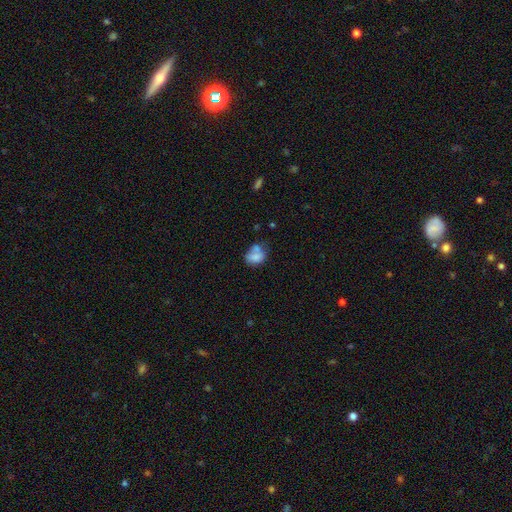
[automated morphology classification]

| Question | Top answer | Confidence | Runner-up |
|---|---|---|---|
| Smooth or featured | smooth | 71% | featured or disk (19%) |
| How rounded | in between | 57% | round (41%) |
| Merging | merger | 35% | none (33%) |